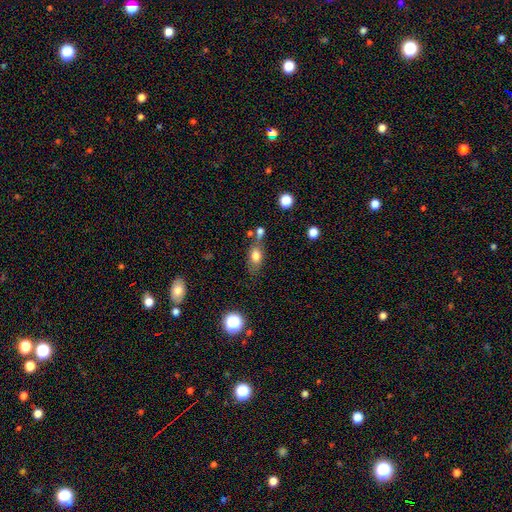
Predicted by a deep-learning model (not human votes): Smooth or featured: smooth — 74% (featured or disk — 16%)
How rounded: in between — 81% (round — 13%)
Merging: none — 55% (minor disturbance — 20%)